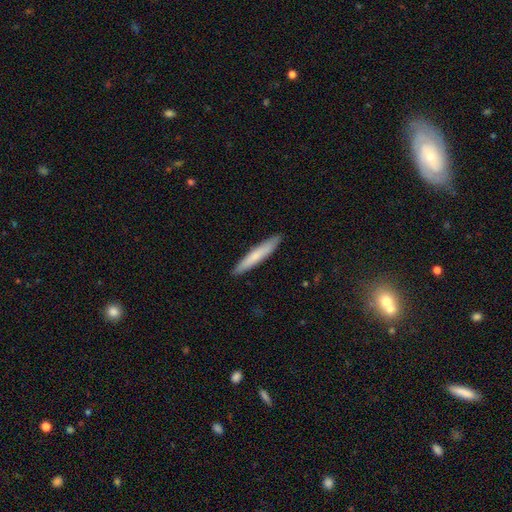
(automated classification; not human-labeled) This appears to be a smooth galaxy with no disk features (73%) that is cigar-shaped (94%). Merging: none (91%).